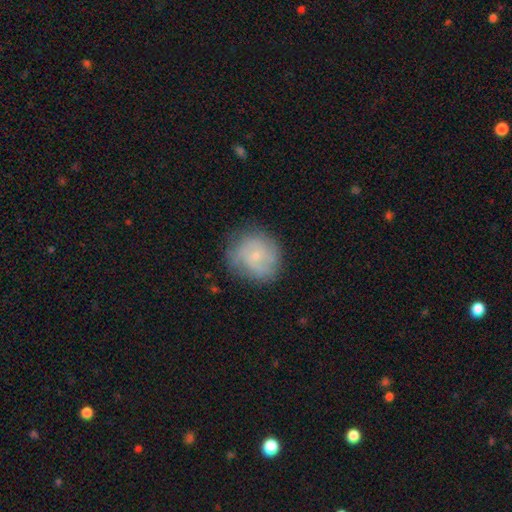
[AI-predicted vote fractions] Smooth or featured?
  - featured or disk: 50% *
  - smooth: 41%
  - star or artifact: 8%
Edge-on disk?
  - no: 98% *
  - yes: 2%
Merging?
  - none: 74% *
  - minor disturbance: 18%
  - major disturbance: 6%
  - merger: 1%